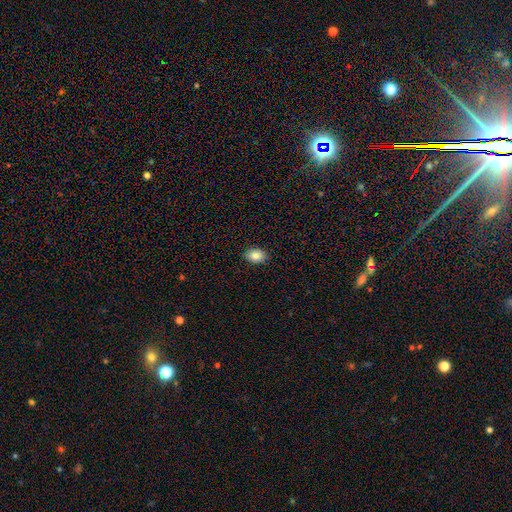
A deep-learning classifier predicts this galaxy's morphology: Q: Smooth or featured?
A: smooth (85%); runner-up: star or artifact (8%)
Q: How rounded?
A: in between (78%); runner-up: round (21%)
Q: Merging?
A: none (88%); runner-up: minor disturbance (9%)